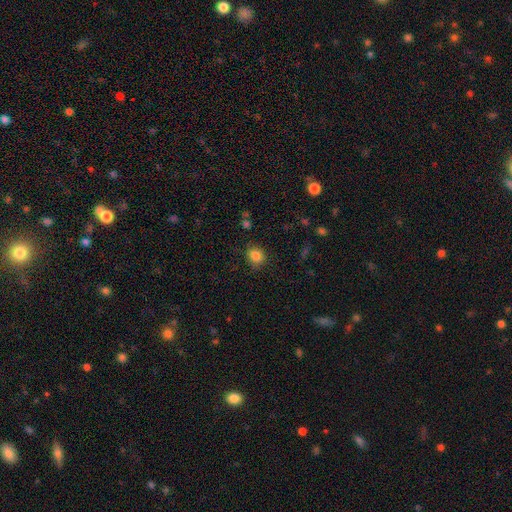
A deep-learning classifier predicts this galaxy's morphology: Smooth or featured? smooth (85%)
How rounded? round (69%)
Merging? none (82%)